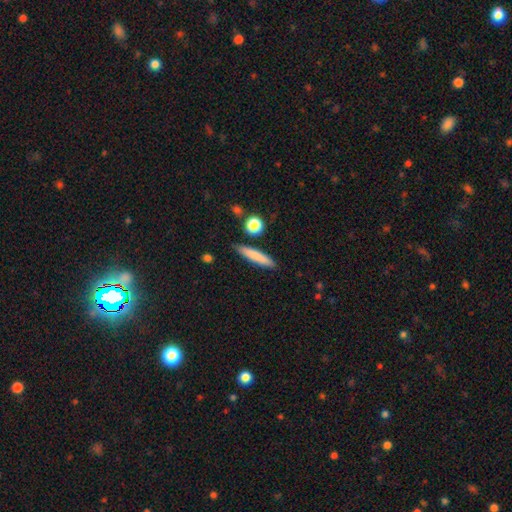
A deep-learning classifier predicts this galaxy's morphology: This is likely a smooth galaxy (79%). How rounded: clearly cigar-shaped (88%). Merging: clearly none (86%).